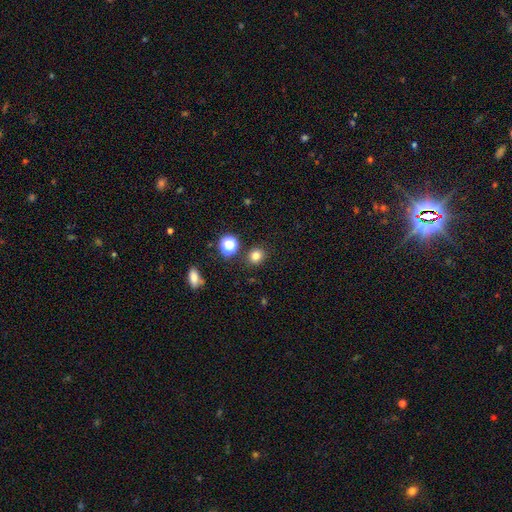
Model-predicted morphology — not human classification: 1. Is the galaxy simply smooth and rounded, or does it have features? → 79% smooth, 15% star or artifact, 6% featured or disk.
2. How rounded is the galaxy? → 79% round, 20% in between, 1% cigar-shaped.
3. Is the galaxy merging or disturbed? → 86% none, 7% minor disturbance, 4% merger, 3% major disturbance.